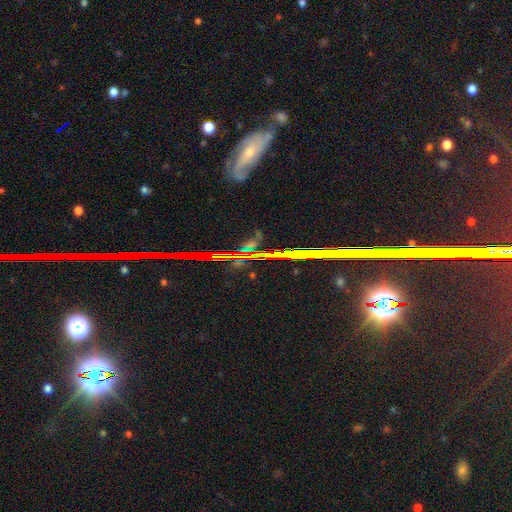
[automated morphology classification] A star or artifact, not a galaxy (68%).

Vote fractions:
- Smooth or featured? star or artifact: 68% / featured or disk: 18% / smooth: 13%